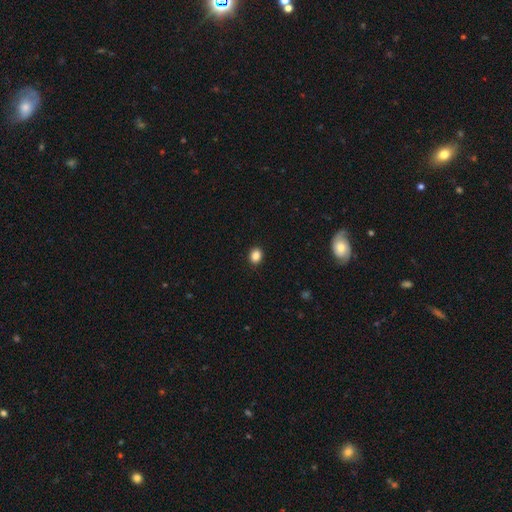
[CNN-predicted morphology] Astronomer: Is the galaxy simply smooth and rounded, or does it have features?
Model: smooth — 87%.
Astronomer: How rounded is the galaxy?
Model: in between — 50% (runner-up: round, 49%).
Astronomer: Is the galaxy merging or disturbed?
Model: none — 91%.